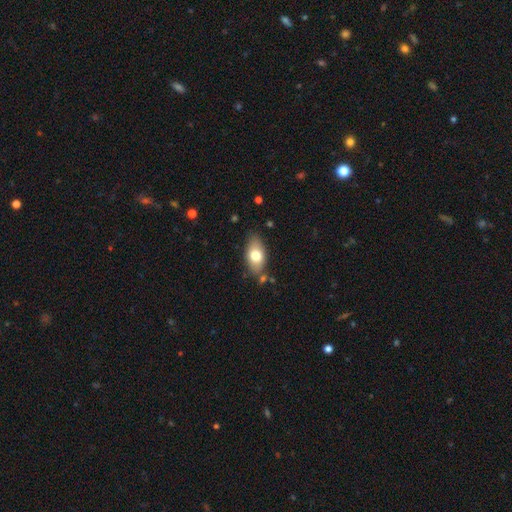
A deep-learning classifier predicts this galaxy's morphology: This appears to be a smooth galaxy with no disk features (73%) that is in between round and cigar-shaped (91%). Merging: none (78%).